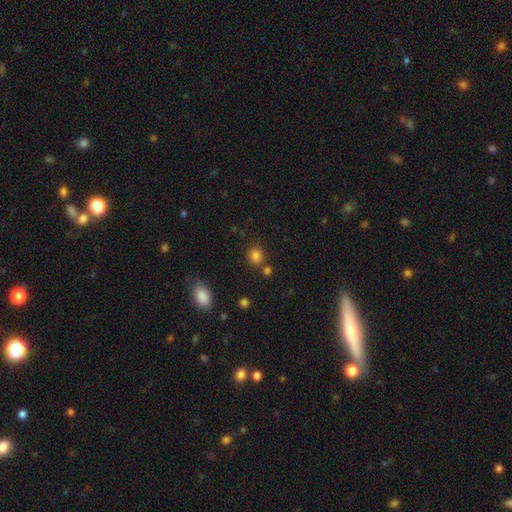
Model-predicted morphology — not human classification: Smooth or featured? Predicted: smooth (p=0.82). How rounded? Predicted: round (p=0.79). Merging? Predicted: none (p=0.73).